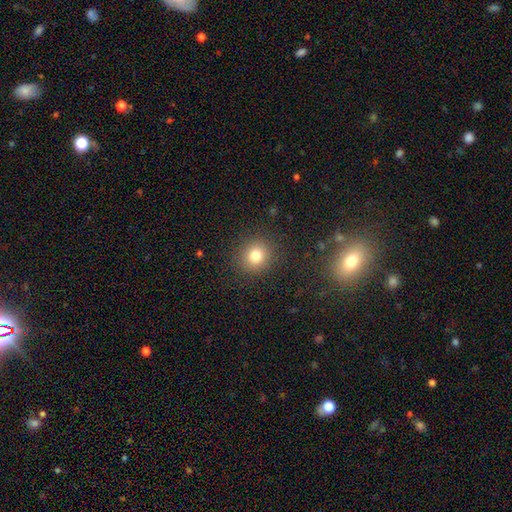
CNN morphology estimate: Overall: smooth (79%). How rounded: round (89%). Merging: none (89%).